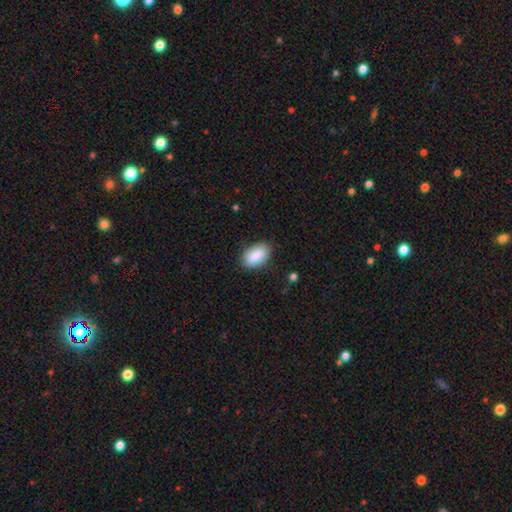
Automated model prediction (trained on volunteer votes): Smooth or featured?
  - smooth: 89% *
  - star or artifact: 6%
  - featured or disk: 5%
How rounded?
  - in between: 93% *
  - round: 5%
  - cigar-shaped: 2%
Merging?
  - none: 83% *
  - minor disturbance: 13%
  - major disturbance: 3%
  - merger: 1%